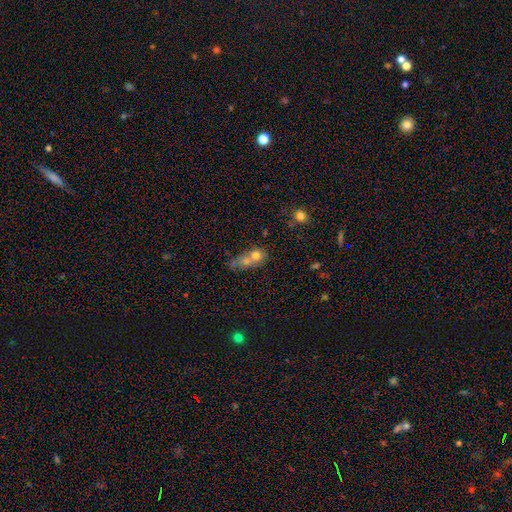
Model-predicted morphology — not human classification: Smooth or featured? Predicted: smooth (p=0.67). How rounded? Predicted: round (p=0.52). Merging? Predicted: merger (p=0.65).